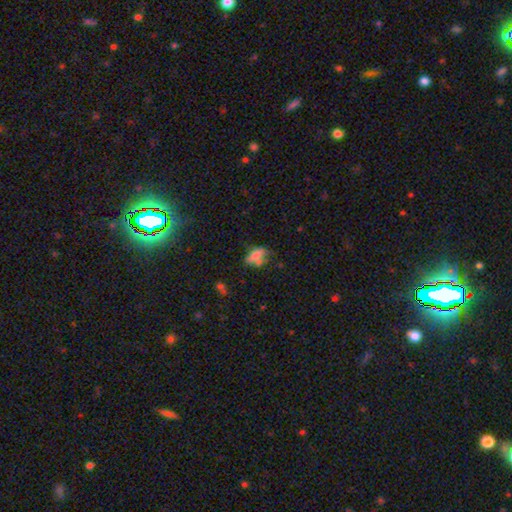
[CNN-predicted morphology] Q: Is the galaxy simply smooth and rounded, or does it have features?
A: smooth — 58%.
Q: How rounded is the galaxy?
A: in between — 76%.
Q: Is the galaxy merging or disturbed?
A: none — 43%.